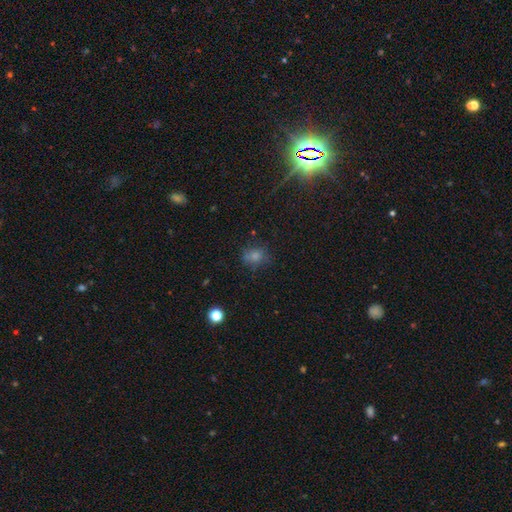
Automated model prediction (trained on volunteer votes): Smooth or featured: smooth — 55% (star or artifact — 33%)
How rounded: round — 61% (in between — 37%)
Merging: none — 73% (minor disturbance — 17%)